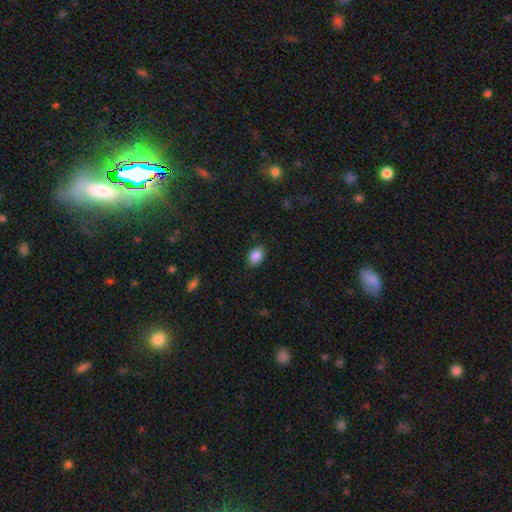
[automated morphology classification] A smooth galaxy with no disk features (87%) that is in between round and cigar-shaped (69%).

Vote fractions:
- Smooth or featured? smooth: 87% / star or artifact: 9% / featured or disk: 4%
- How rounded? in between: 69% / round: 30% / cigar-shaped: 1%
- Merging? none: 84% / minor disturbance: 12% / major disturbance: 3% / merger: 1%